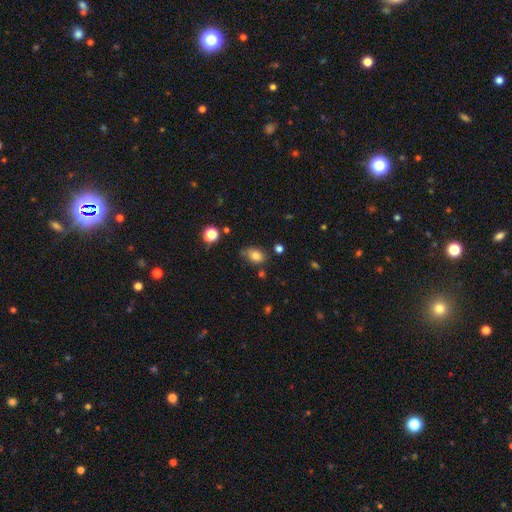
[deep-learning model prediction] Smooth or featured: smooth — 80% (star or artifact — 11%)
How rounded: in between — 71% (round — 28%)
Merging: none — 61% (minor disturbance — 28%)